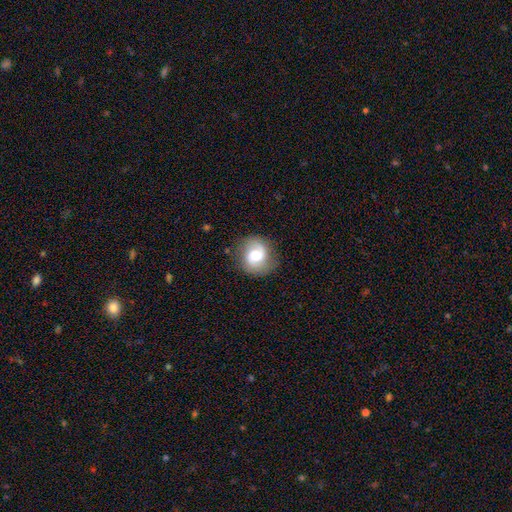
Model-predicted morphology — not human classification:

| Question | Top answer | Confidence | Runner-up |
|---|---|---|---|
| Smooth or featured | featured or disk | 62% | smooth (30%) |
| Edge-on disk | no | 98% | yes (2%) |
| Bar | weak | 45% | no (43%) |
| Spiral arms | yes | 89% | no (11%) |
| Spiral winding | medium | 44% | loose (37%) |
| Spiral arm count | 2 | 86% | 1 (5%) |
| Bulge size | moderate | 62% | large (21%) |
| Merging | none | 79% | minor disturbance (14%) |